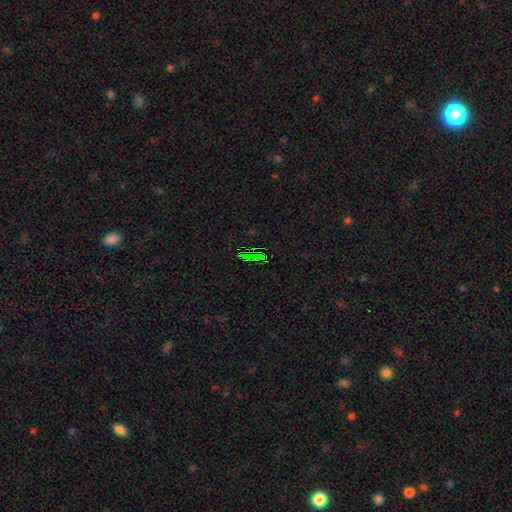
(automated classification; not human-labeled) Smooth or featured? Predicted: star or artifact (p=0.71).